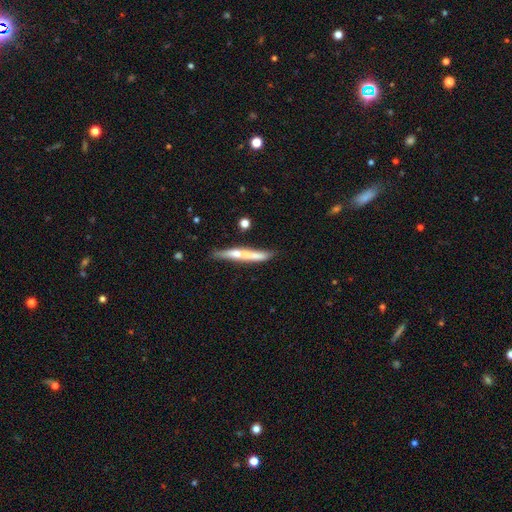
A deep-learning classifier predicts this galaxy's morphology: Smooth or featured: smooth — 53% (featured or disk — 41%)
How rounded: cigar-shaped — 93% (in between — 5%)
Merging: none — 63% (minor disturbance — 18%)